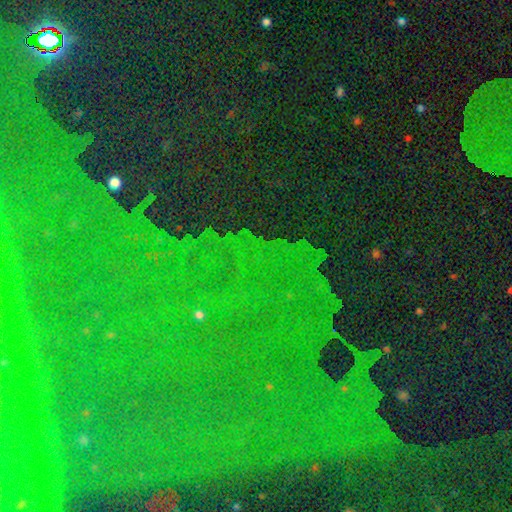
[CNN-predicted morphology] Smooth or featured?
  - star or artifact: 87% *
  - featured or disk: 7%
  - smooth: 6%